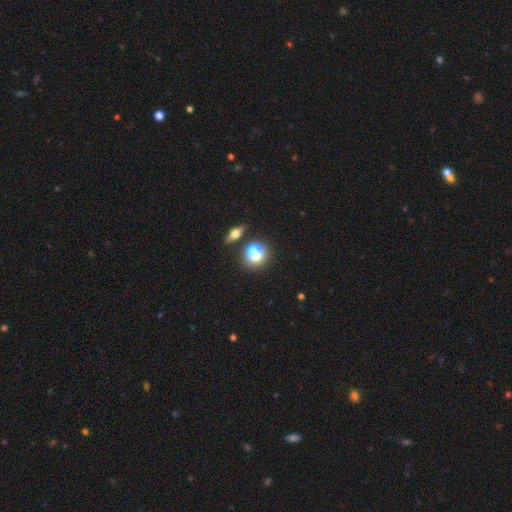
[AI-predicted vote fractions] This is likely a smooth galaxy (75%). How rounded: likely round (74%). Merging: likely none (72%).